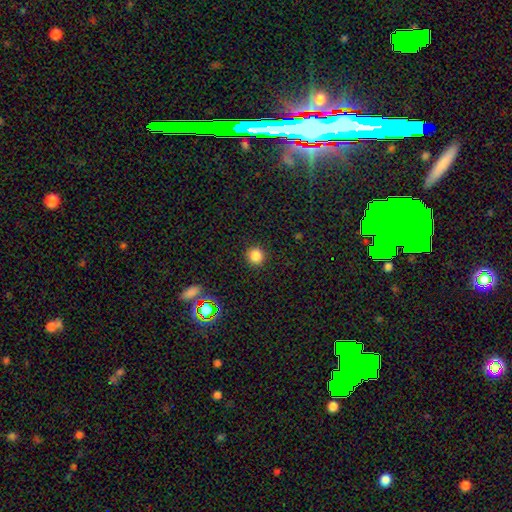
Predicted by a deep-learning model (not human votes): Smooth or featured: smooth — 83% (star or artifact — 13%)
How rounded: round — 93% (in between — 6%)
Merging: none — 91% (minor disturbance — 6%)